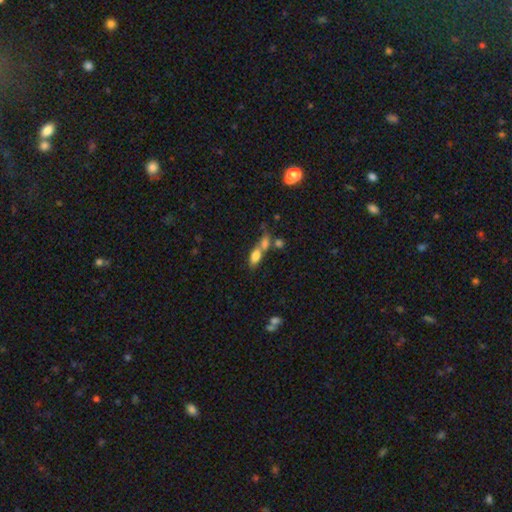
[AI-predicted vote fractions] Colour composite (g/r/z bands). It shows a smooth galaxy with no disk features (73%) that is in between round and cigar-shaped (78%). Merging: merger (52%).